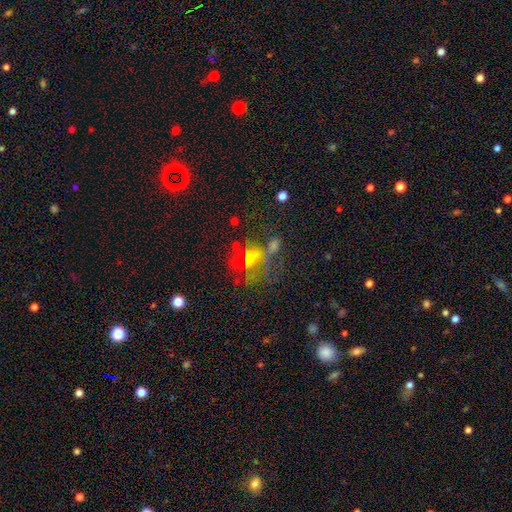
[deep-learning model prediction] This appears to be a star or artifact, not a galaxy (40%).